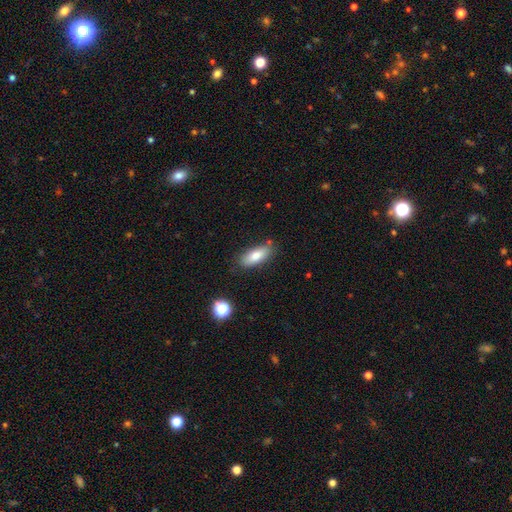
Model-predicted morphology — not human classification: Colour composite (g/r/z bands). It shows a smooth galaxy with no disk features (78%) that is in between round and cigar-shaped (77%). Merging: none (79%).